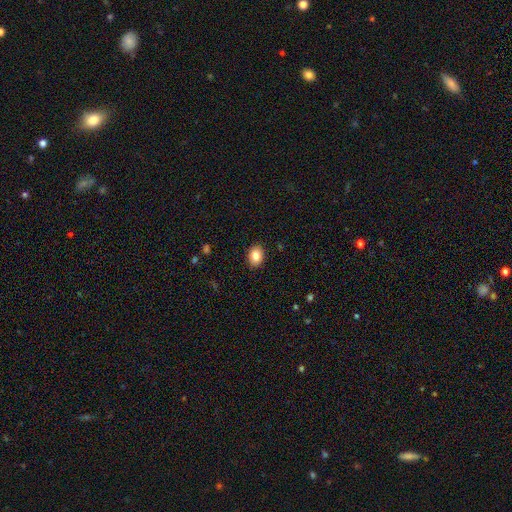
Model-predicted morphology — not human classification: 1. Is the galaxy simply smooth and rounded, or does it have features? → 85% smooth, 8% star or artifact, 7% featured or disk.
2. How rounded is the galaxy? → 64% in between, 35% round, 1% cigar-shaped.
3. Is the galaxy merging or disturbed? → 90% none, 7% minor disturbance, 2% major disturbance, 1% merger.